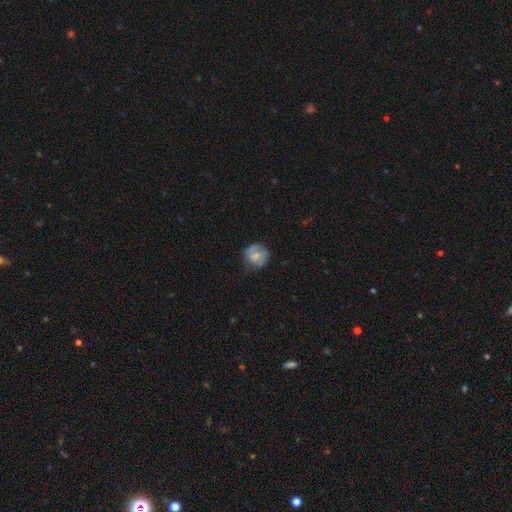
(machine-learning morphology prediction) Smooth or featured?
  - smooth: 56% *
  - featured or disk: 35%
  - star or artifact: 8%
How rounded?
  - round: 81% *
  - in between: 18%
  - cigar-shaped: 1%
Merging?
  - none: 61% *
  - minor disturbance: 26%
  - major disturbance: 11%
  - merger: 2%